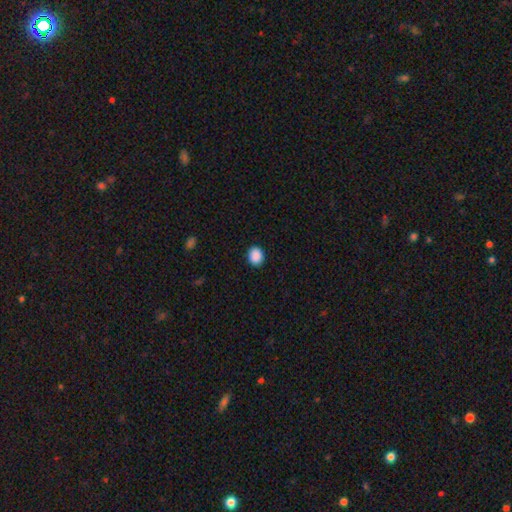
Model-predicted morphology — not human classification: Smooth or featured? smooth (90%)
How rounded? round (52%)
Merging? none (90%)